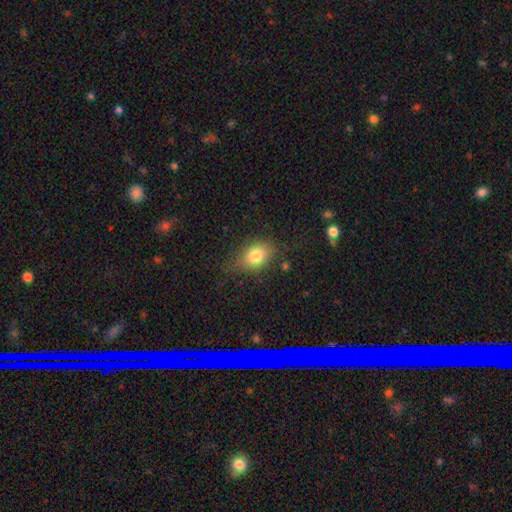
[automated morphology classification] smooth 79%, featured or disk 12%, star or artifact 10%. Down the decision tree: how rounded — in between (72%); merging — none (67%).